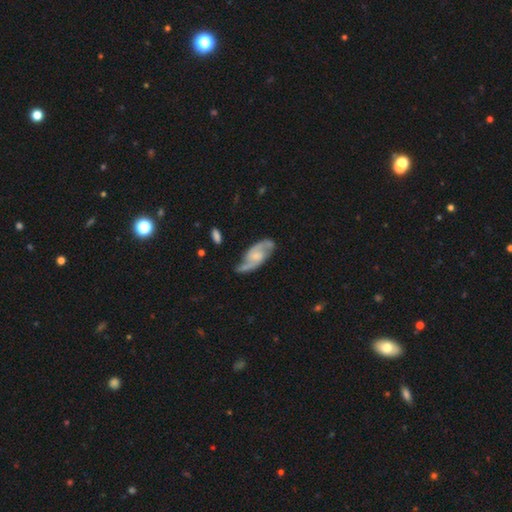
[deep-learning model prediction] This appears to be a featured or disk galaxy (86%) with no bar (53%), 2 (92%) medium (47%) spiral arms (96%) and a small central bulge (53%). Merging: none (73%).